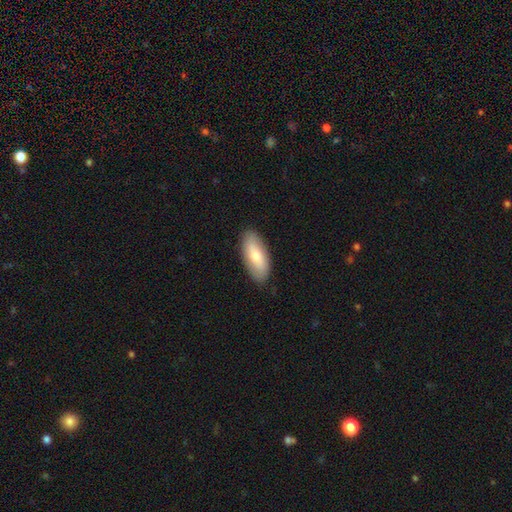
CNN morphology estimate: Smooth or featured? smooth (67%)
How rounded? in between (83%)
Merging? none (87%)